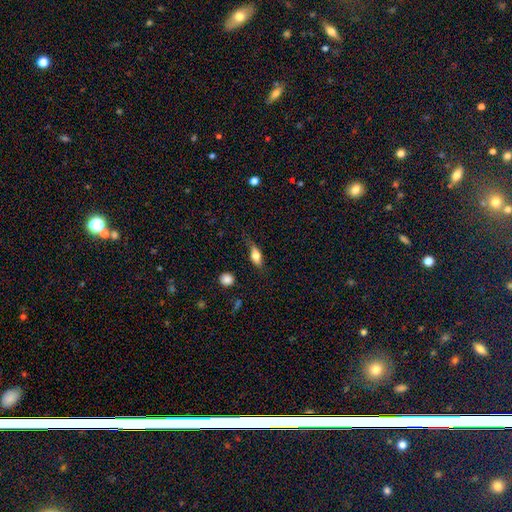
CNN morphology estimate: A smooth galaxy with no disk features (68%) that is in between round and cigar-shaped (73%).

Vote fractions:
- Smooth or featured? smooth: 68% / featured or disk: 24% / star or artifact: 8%
- How rounded? in between: 73% / cigar-shaped: 20% / round: 7%
- Merging? none: 61% / minor disturbance: 27% / major disturbance: 10% / merger: 2%